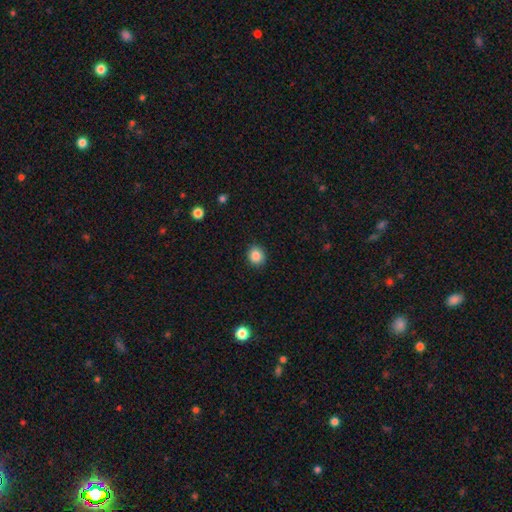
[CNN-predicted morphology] smooth 87%, star or artifact 10%, featured or disk 4%. Down the decision tree: how rounded — round (79%); merging — none (89%).